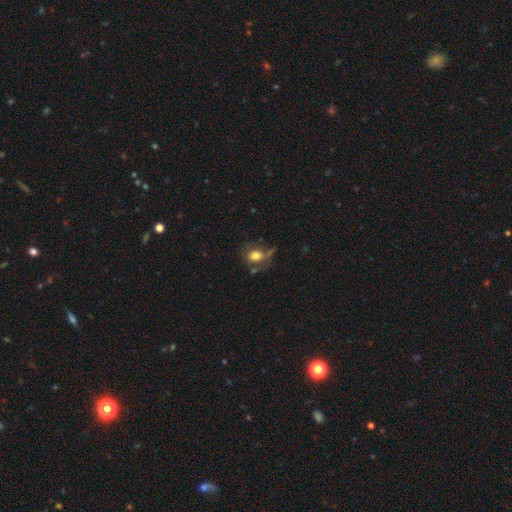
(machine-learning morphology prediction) Smooth or featured?
  - smooth: 74% *
  - featured or disk: 16%
  - star or artifact: 10%
How rounded?
  - in between: 59% *
  - round: 40%
  - cigar-shaped: 1%
Merging?
  - none: 47% *
  - minor disturbance: 24%
  - major disturbance: 18%
  - merger: 11%